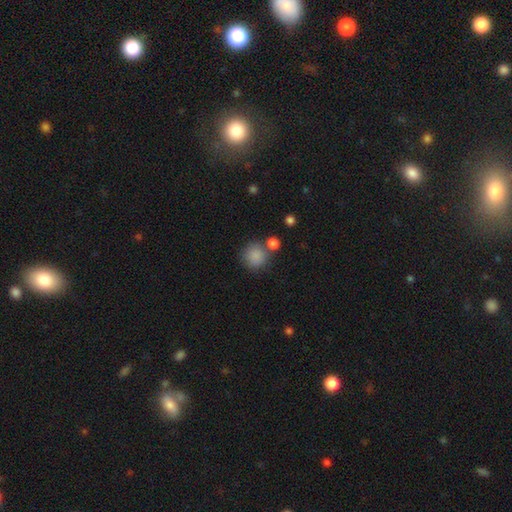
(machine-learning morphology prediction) Smooth or featured?
  - smooth: 86% *
  - star or artifact: 9%
  - featured or disk: 5%
How rounded?
  - round: 90% *
  - in between: 9%
  - cigar-shaped: 1%
Merging?
  - none: 70% *
  - merger: 16%
  - minor disturbance: 10%
  - major disturbance: 4%